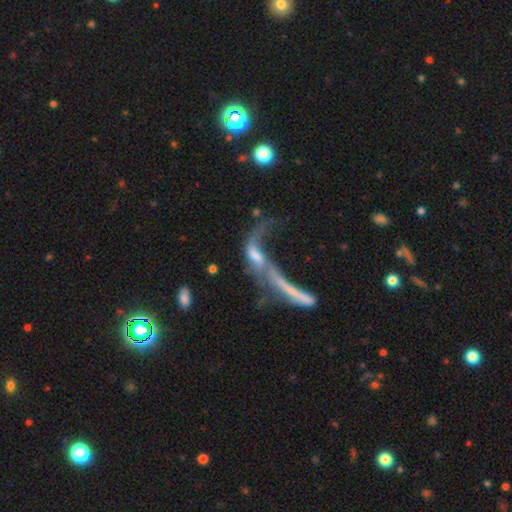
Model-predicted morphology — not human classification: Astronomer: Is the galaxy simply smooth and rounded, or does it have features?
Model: featured or disk — 57%.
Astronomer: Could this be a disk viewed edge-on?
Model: no — 78%.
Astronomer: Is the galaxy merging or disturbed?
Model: merger — 63%.